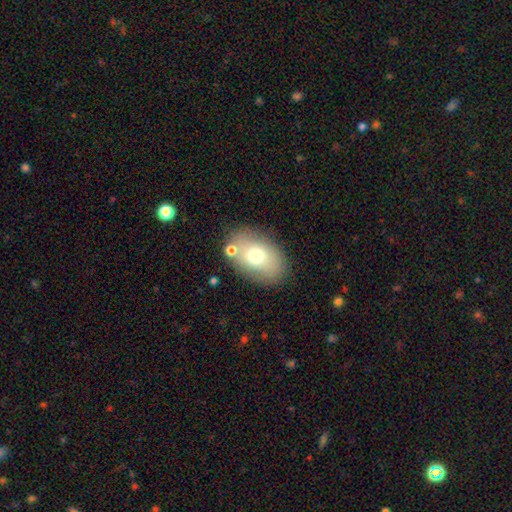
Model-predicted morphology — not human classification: smooth_or_featured: smooth (p=0.67) [alt: featured or disk p=0.24]
how_rounded: in between (p=0.85) [alt: round p=0.13]
merging: none (p=0.75) [alt: minor disturbance p=0.13]